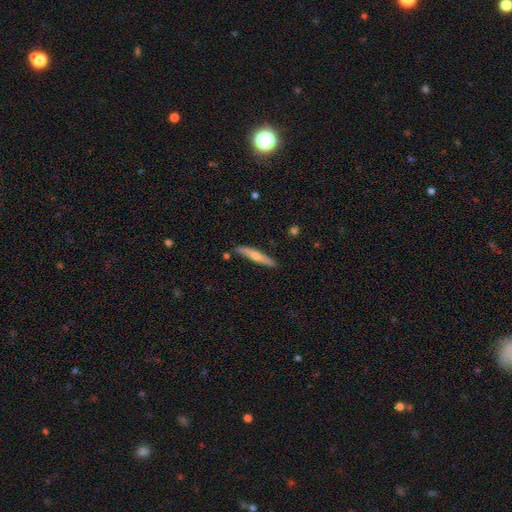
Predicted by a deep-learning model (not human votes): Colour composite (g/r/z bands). It shows a smooth galaxy with no disk features (56%) that is cigar-shaped (92%). Merging: none (85%).